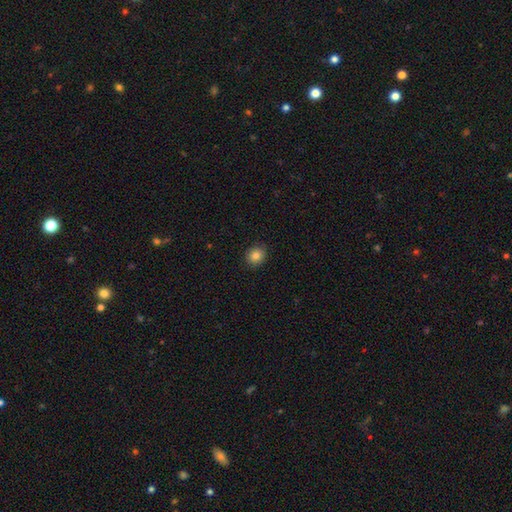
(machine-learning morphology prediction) smooth-or-featured: smooth: 83% | star or artifact: 10% | featured or disk: 6%
  how-rounded: round: 74% | in between: 25% | cigar-shaped: 1%
  merging: none: 88% | minor disturbance: 9% | major disturbance: 2% | merger: 1%